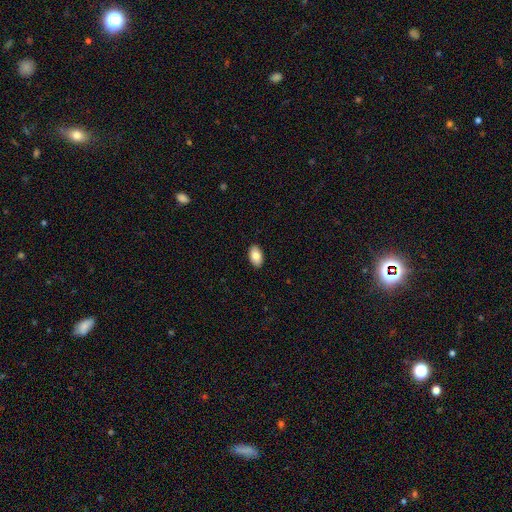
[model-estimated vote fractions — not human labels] smooth-or-featured: smooth: 84% | featured or disk: 9% | star or artifact: 7%
  how-rounded: in between: 93% | round: 5% | cigar-shaped: 1%
  merging: none: 90% | minor disturbance: 7% | major disturbance: 2% | merger: 1%